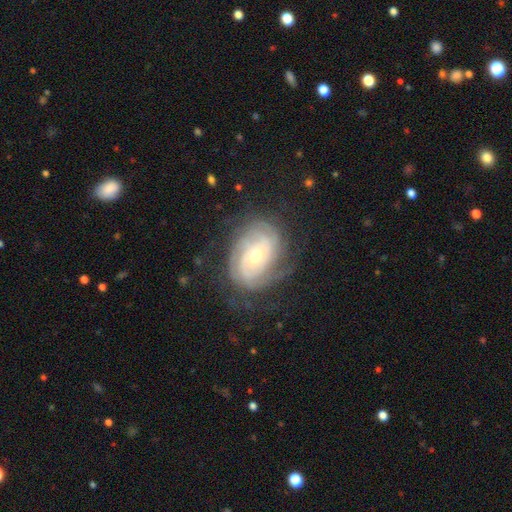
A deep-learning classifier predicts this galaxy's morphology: A featured or disk galaxy (83%) with no bar (68%), tight (70%) spiral arms (94%) and a moderate central bulge (52%). Merging: none (70%).